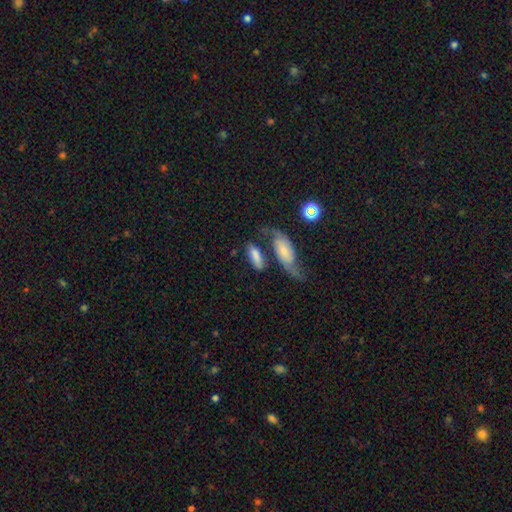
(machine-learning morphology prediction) smooth 65%, featured or disk 28%, star or artifact 7%. Down the decision tree: how rounded — in between (72%); merging — none (44%).